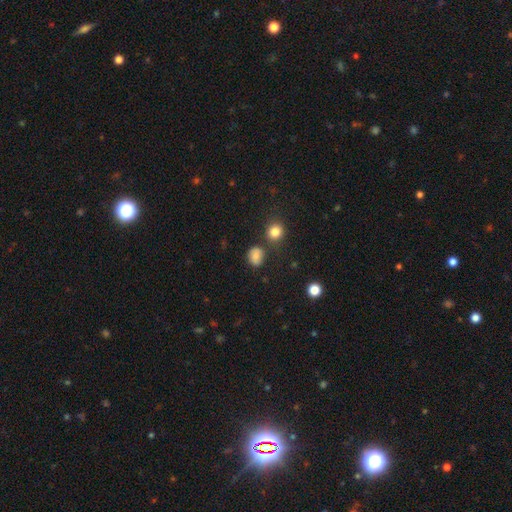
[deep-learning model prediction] Morphology: type=smooth (78%); roundness=round (64%); merging=none (73%).